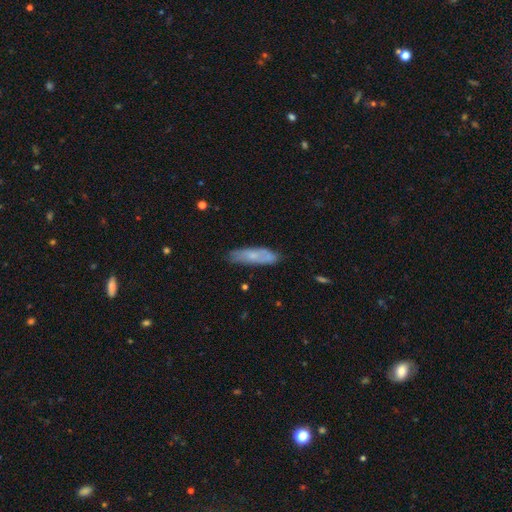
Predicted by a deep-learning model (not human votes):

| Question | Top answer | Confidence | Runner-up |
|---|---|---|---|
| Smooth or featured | smooth | 58% | featured or disk (35%) |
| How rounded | cigar-shaped | 64% | in between (34%) |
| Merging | none | 73% | minor disturbance (20%) |